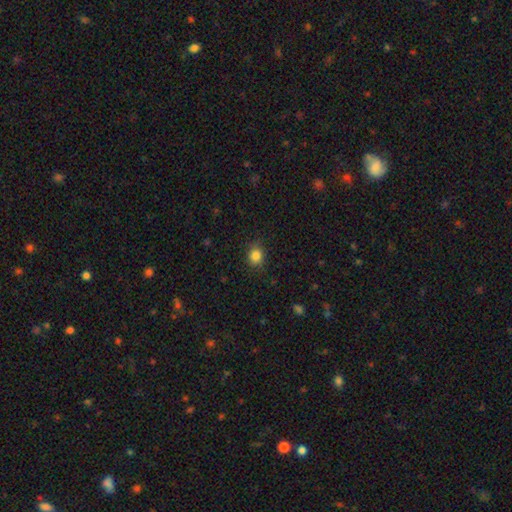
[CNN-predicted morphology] Q: Smooth or featured?
A: smooth (84%); runner-up: star or artifact (11%)
Q: How rounded?
A: round (73%); runner-up: in between (26%)
Q: Merging?
A: none (85%); runner-up: minor disturbance (11%)